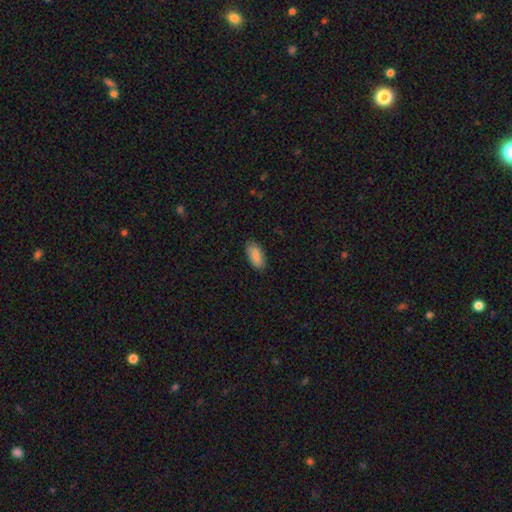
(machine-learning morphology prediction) smooth_or_featured: smooth (p=0.88) [alt: star or artifact p=0.06]
how_rounded: in between (p=0.91) [alt: cigar-shaped p=0.07]
merging: none (p=0.86) [alt: minor disturbance p=0.11]